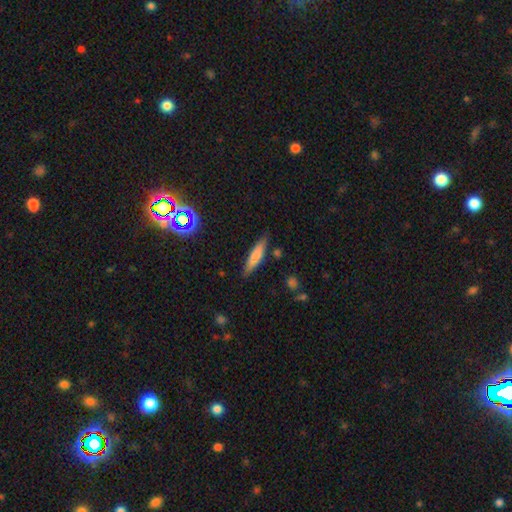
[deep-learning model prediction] The model was most divided on "smooth or featured": smooth: 72%, featured or disk: 21%, star or artifact: 7%. More confident: merging — none (83%); how rounded — cigar-shaped (79%).